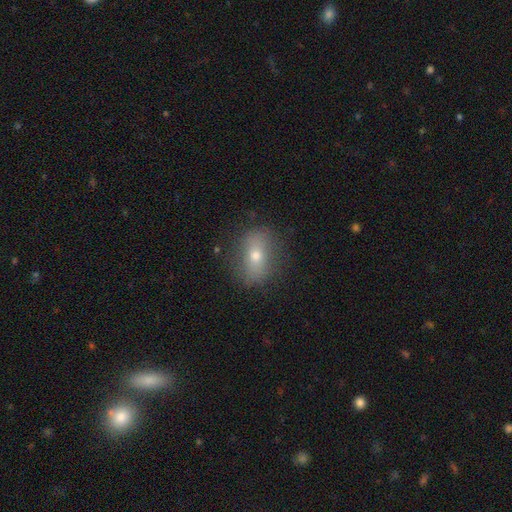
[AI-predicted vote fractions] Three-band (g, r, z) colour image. It shows a smooth galaxy with no disk features (58%) that is in between round and cigar-shaped (65%). Merging: none (82%).